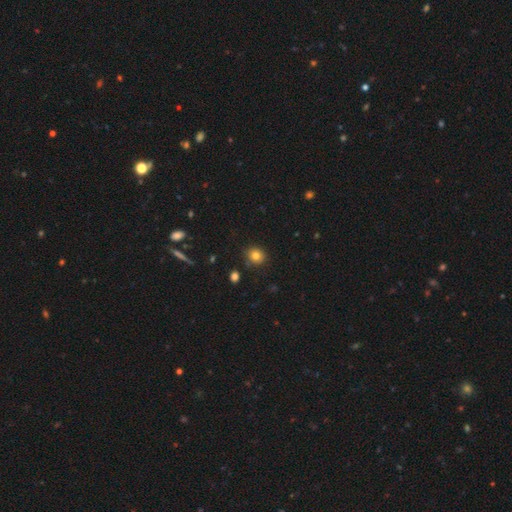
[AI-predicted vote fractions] smooth-or-featured: smooth: 80% | star or artifact: 12% | featured or disk: 7%
  how-rounded: round: 82% | in between: 17% | cigar-shaped: 1%
  merging: none: 85% | minor disturbance: 10% | merger: 3% | major disturbance: 2%